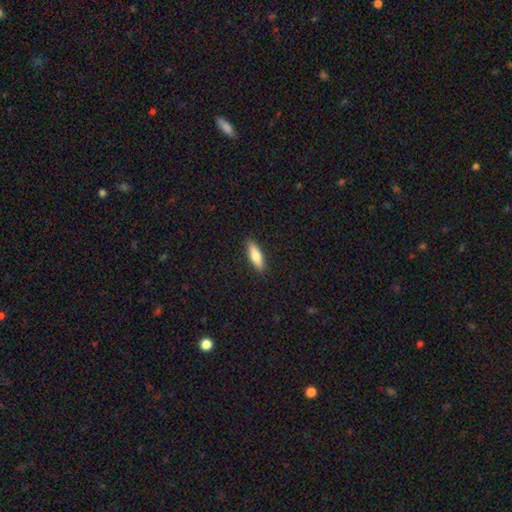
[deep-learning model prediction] Smooth or featured? Predicted: smooth (p=0.78). How rounded? Predicted: cigar-shaped (p=0.53). Merging? Predicted: none (p=0.90).